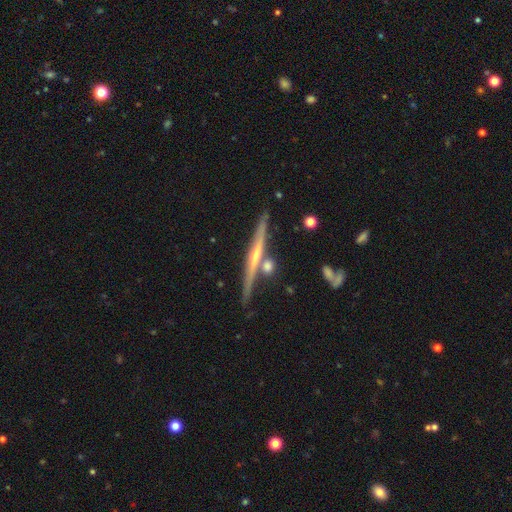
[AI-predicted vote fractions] Smooth or featured?
  - featured or disk: 75% *
  - smooth: 19%
  - star or artifact: 6%
Edge-on disk?
  - yes: 97% *
  - no: 3%
Edge-on bulge?
  - rounded: 53% *
  - none: 38%
  - boxy: 8%
Merging?
  - none: 75% *
  - merger: 11%
  - minor disturbance: 11%
  - major disturbance: 3%